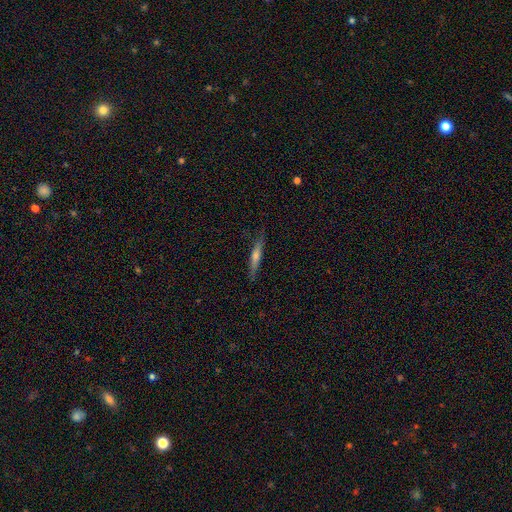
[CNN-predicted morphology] This is possibly a featured or disk galaxy (54%). It is clearly viewed edge-on (95%). Edge-on bulge: likely rounded (71%). Merging: clearly none (86%).